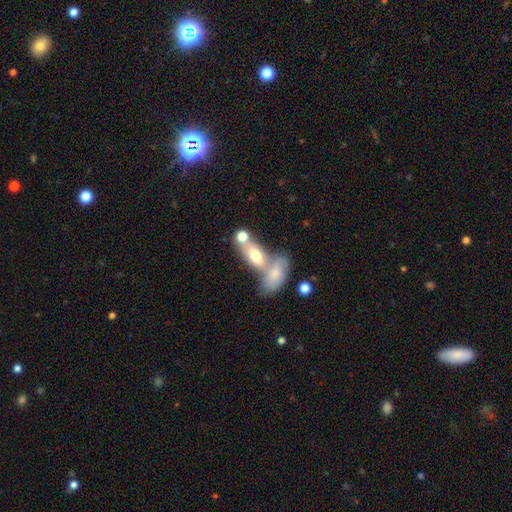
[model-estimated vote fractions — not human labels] A smooth galaxy with no disk features (60%) that is in between round and cigar-shaped (76%).

Vote fractions:
- Smooth or featured? smooth: 60% / featured or disk: 30% / star or artifact: 9%
- How rounded? in between: 76% / cigar-shaped: 16% / round: 8%
- Merging? merger: 57% / none: 28% / minor disturbance: 9% / major disturbance: 5%